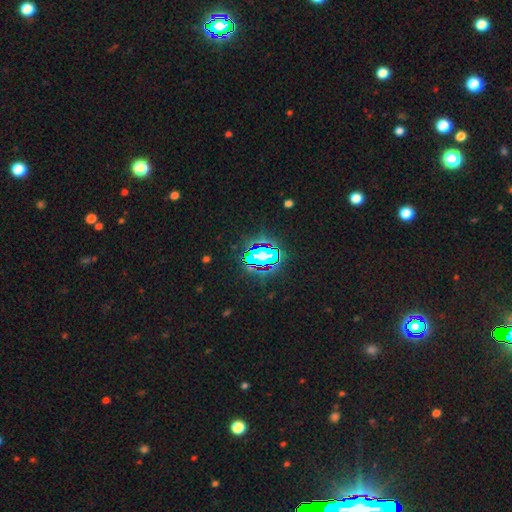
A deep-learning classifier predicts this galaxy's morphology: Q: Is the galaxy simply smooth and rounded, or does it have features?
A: star or artifact — 82%.